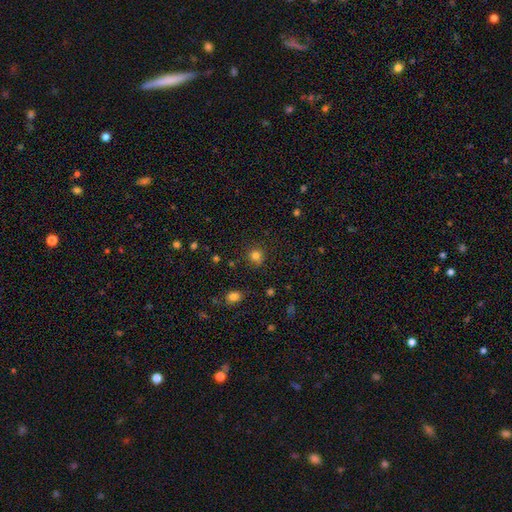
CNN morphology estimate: Smooth or featured? Predicted: smooth (p=0.80). How rounded? Predicted: round (p=0.89). Merging? Predicted: none (p=0.82).